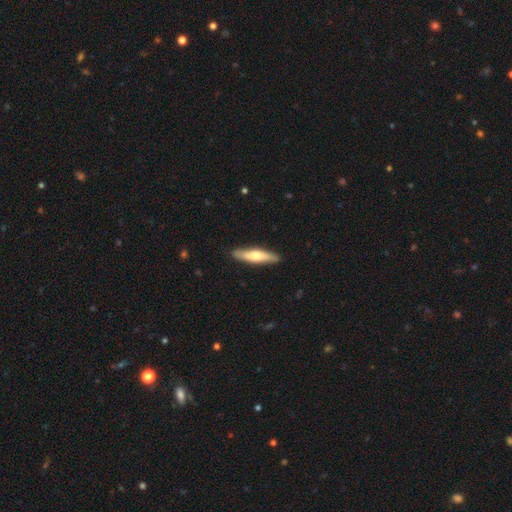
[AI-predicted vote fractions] Morphology: type=smooth (57%); roundness=cigar-shaped (80%); merging=none (88%).